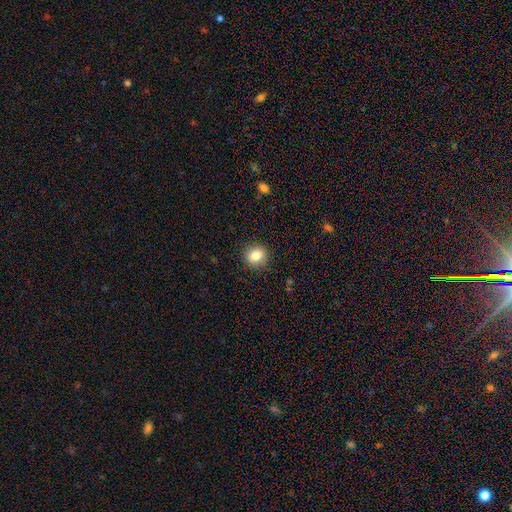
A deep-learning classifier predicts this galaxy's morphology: type=smooth (82%); roundness=round (84%); merging=none (90%).